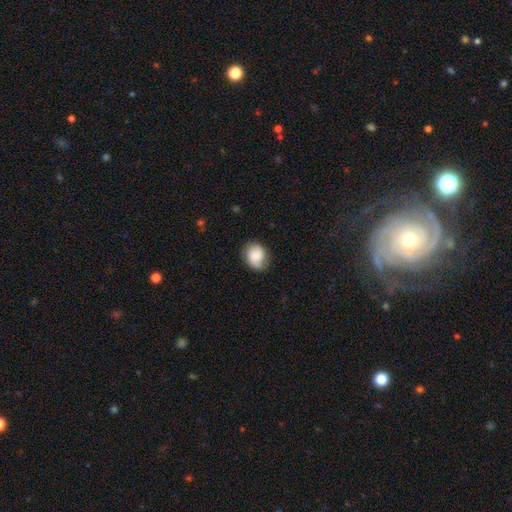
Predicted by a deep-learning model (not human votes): Overall: smooth (69%). How rounded: round (59%; in between 40%). Merging: none (69%).